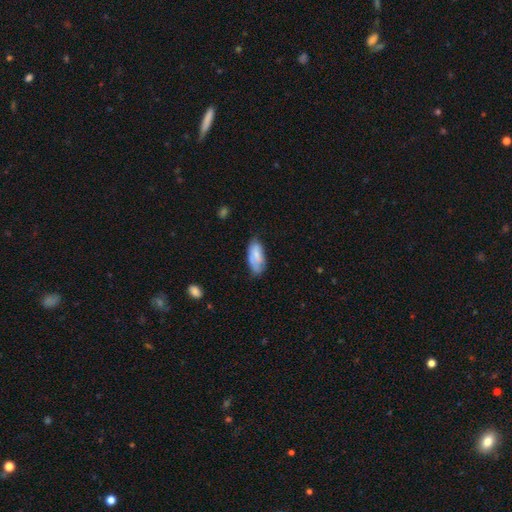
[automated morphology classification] Q: Smooth or featured?
A: smooth (74%); runner-up: featured or disk (20%)
Q: How rounded?
A: in between (88%); runner-up: cigar-shaped (10%)
Q: Merging?
A: none (60%); runner-up: minor disturbance (31%)